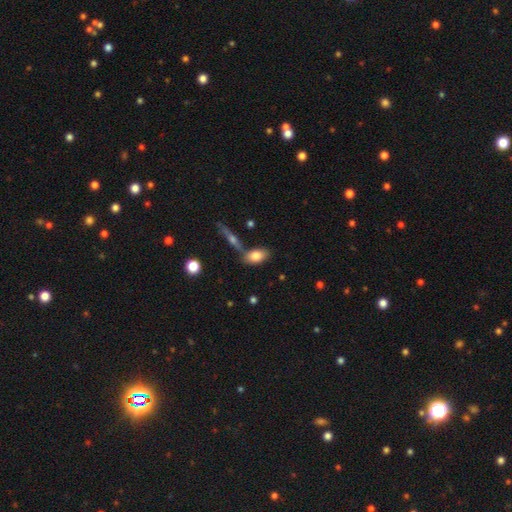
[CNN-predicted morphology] Smooth or featured? smooth (77%)
How rounded? in between (88%)
Merging? none (61%)